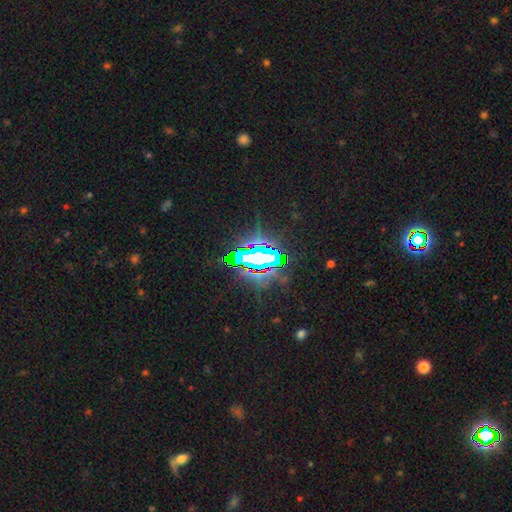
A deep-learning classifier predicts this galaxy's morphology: Smooth or featured?
  - star or artifact: 72% *
  - featured or disk: 16%
  - smooth: 12%